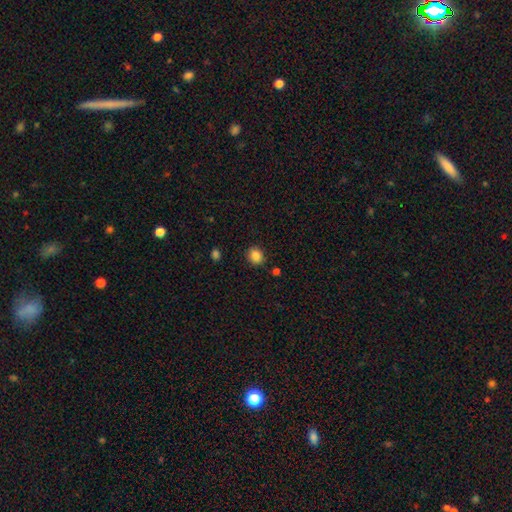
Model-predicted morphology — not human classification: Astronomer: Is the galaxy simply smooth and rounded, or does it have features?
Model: smooth — 86%.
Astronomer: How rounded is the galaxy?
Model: round — 70%.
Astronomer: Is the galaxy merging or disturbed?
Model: none — 87%.